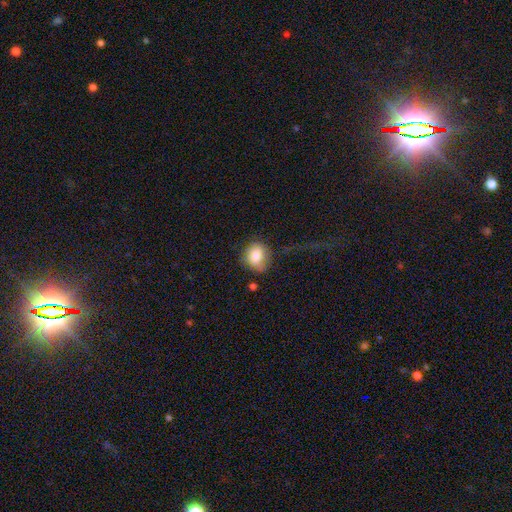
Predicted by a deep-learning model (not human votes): smooth 78%, featured or disk 13%, star or artifact 9%. Down the decision tree: how rounded — round (64%); merging — none (58%).